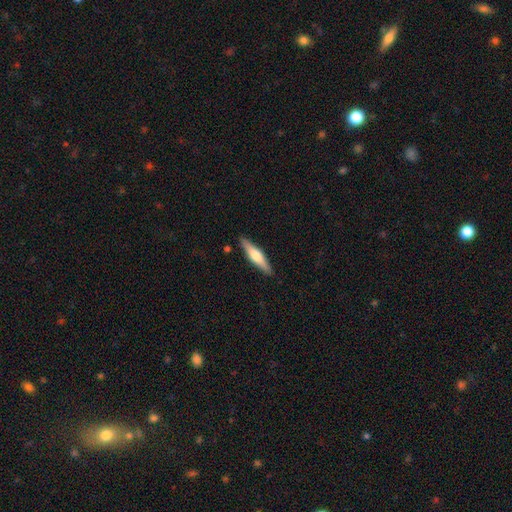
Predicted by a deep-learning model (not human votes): A featured or disk galaxy (48%). Merging: none (89%).